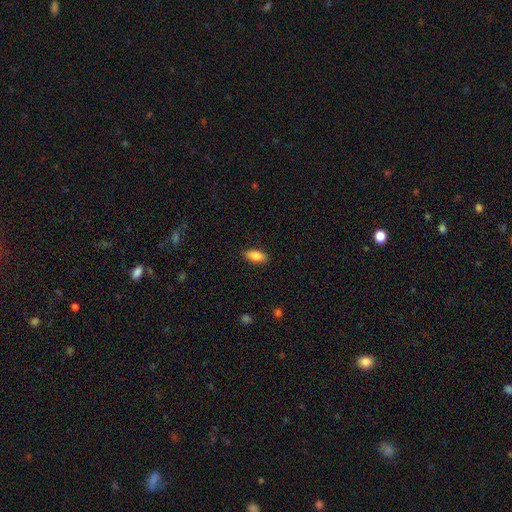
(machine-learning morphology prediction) type=smooth (85%); roundness=in between (86%); merging=none (87%).